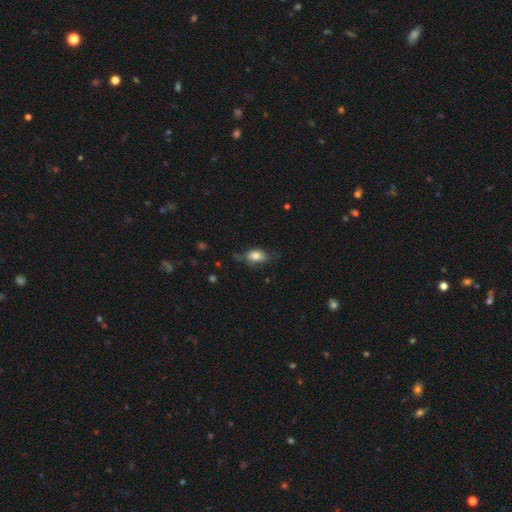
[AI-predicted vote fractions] Q: Smooth or featured?
A: smooth (79%); runner-up: featured or disk (13%)
Q: How rounded?
A: in between (84%); runner-up: round (13%)
Q: Merging?
A: none (52%); runner-up: minor disturbance (31%)